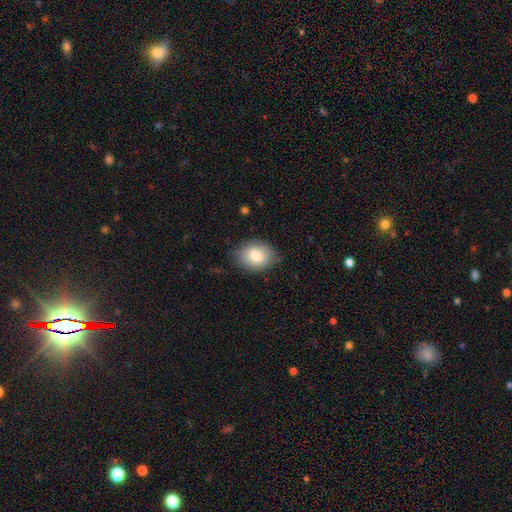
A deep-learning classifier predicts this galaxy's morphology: This is clearly a smooth galaxy (82%). How rounded: likely in between (61%). Merging: likely none (79%).